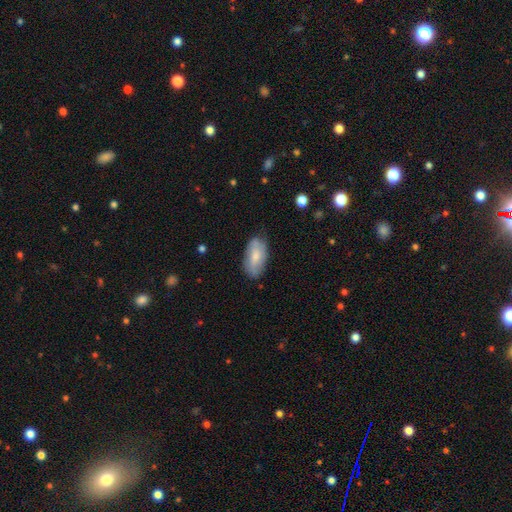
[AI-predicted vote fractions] Q: Smooth or featured?
A: smooth (71%); runner-up: featured or disk (23%)
Q: How rounded?
A: in between (93%); runner-up: cigar-shaped (4%)
Q: Merging?
A: none (73%); runner-up: minor disturbance (21%)